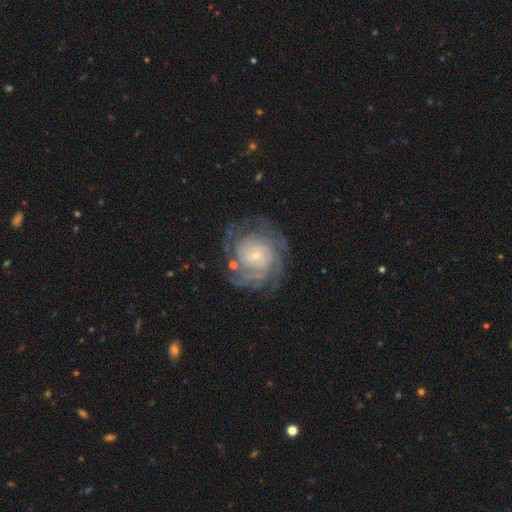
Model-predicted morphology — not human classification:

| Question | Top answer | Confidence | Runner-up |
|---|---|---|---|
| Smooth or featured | featured or disk | 87% | smooth (7%) |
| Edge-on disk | no | 97% | yes (3%) |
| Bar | no | 73% | weak (21%) |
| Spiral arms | yes | 96% | no (4%) |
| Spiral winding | tight | 78% | medium (18%) |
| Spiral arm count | can't tell | 27% | 4 (26%) |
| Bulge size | small | 81% | moderate (14%) |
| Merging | none | 74% | minor disturbance (15%) |